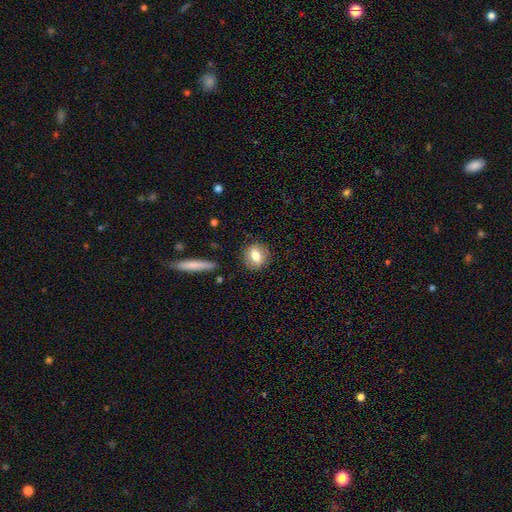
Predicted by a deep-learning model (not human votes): A smooth galaxy with no disk features (69%) that is round (68%). Merging: none (85%).